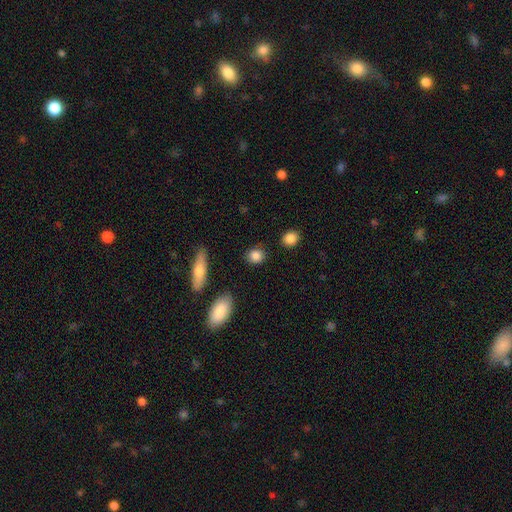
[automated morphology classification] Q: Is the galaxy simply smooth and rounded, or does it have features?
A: smooth — 86%.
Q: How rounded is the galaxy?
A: round — 66%.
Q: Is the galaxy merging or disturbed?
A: none — 84%.